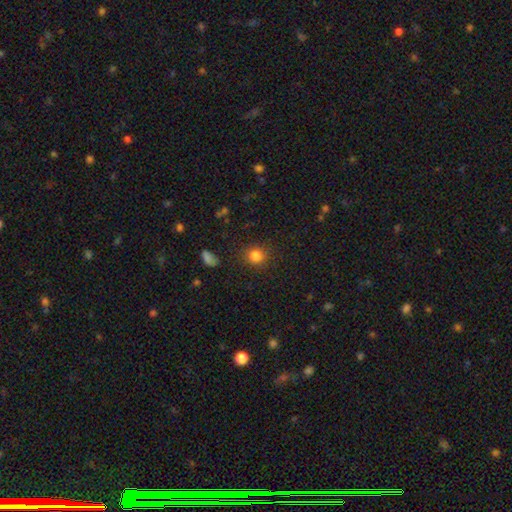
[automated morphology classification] Overall: smooth (83%). How rounded: round (87%). Merging: none (87%).